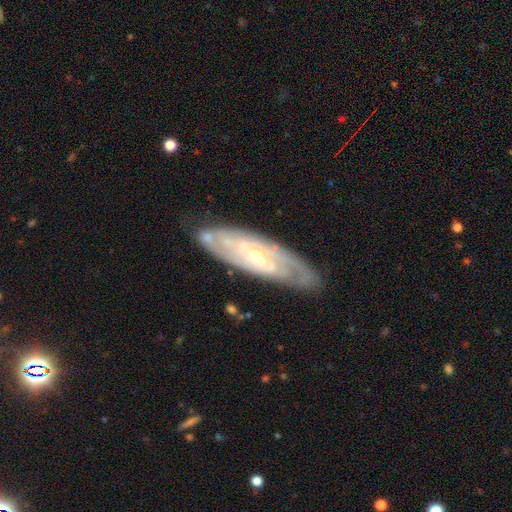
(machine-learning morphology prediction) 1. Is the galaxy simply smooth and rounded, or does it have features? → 82% featured or disk, 13% smooth, 5% star or artifact.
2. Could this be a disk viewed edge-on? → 82% no, 18% yes.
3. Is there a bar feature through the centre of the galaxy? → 46% no, 40% weak, 14% strong.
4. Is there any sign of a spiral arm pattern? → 92% yes, 8% no.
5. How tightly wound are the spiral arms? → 61% tight, 32% medium, 7% loose.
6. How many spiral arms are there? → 40% can't tell, 33% 2, 13% 3, 6% 4, 4% 1, 4% more than 4.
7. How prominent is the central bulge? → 66% small, 31% moderate, 2% none, 1% large, 1% dominant.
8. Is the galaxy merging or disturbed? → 78% none, 16% minor disturbance, 4% major disturbance, 2% merger.